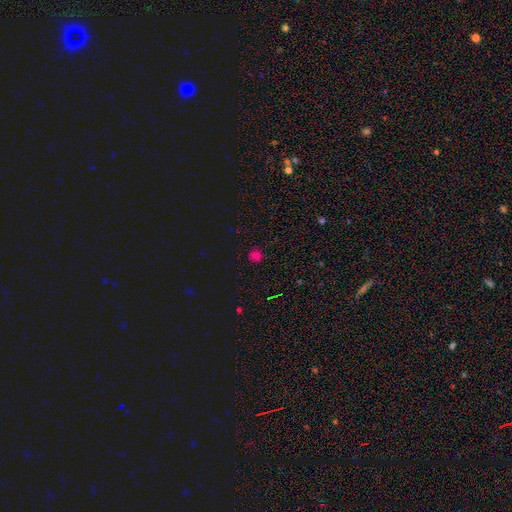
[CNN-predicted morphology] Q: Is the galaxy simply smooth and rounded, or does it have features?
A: smooth — 66%.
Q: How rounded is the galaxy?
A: round — 83%.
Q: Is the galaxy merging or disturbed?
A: none — 85%.